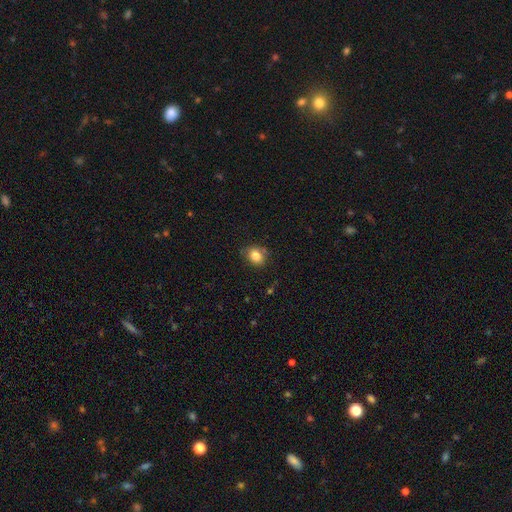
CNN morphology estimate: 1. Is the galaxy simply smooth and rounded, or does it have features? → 84% smooth, 10% star or artifact, 7% featured or disk.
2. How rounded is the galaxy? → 55% in between, 44% round, 1% cigar-shaped.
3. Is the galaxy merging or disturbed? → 73% none, 19% minor disturbance, 4% major disturbance, 3% merger.